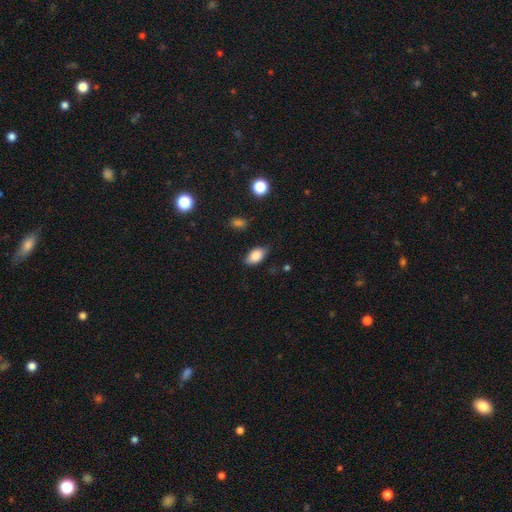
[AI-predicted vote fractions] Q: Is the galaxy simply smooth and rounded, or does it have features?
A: smooth — 84%.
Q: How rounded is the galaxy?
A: in between — 91%.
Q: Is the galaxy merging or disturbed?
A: none — 74%.